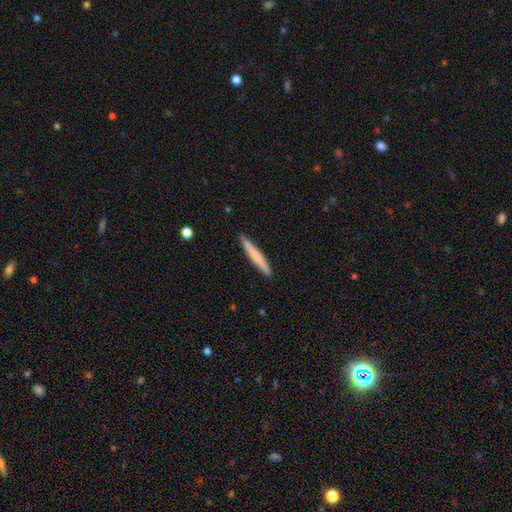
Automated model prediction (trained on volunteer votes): The model was most divided on "smooth or featured": smooth: 66%, featured or disk: 28%, star or artifact: 5%. More confident: how rounded — cigar-shaped (96%); merging — none (90%).